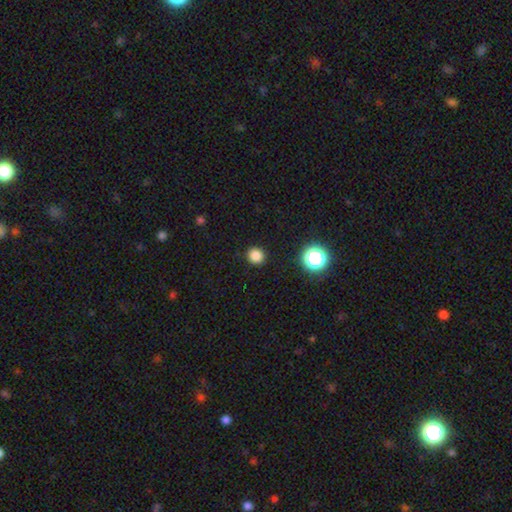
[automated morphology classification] Overall: smooth (83%). How rounded: round (89%). Merging: none (91%).